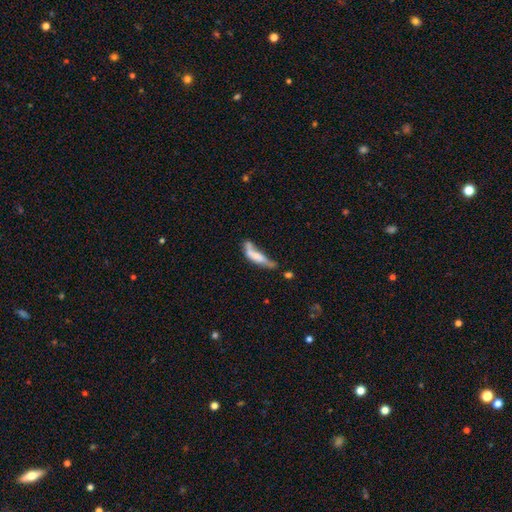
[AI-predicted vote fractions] smooth 53%, featured or disk 39%, star or artifact 8%. Down the decision tree: how rounded — cigar-shaped (63%); merging — major disturbance (26%, tied with merger).